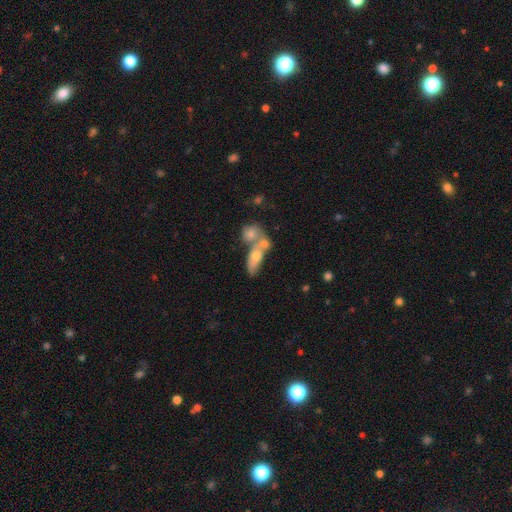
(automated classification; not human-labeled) Smooth or featured? Predicted: smooth (p=0.57). How rounded? Predicted: in between (p=0.70). Merging? Predicted: merger (p=0.59).